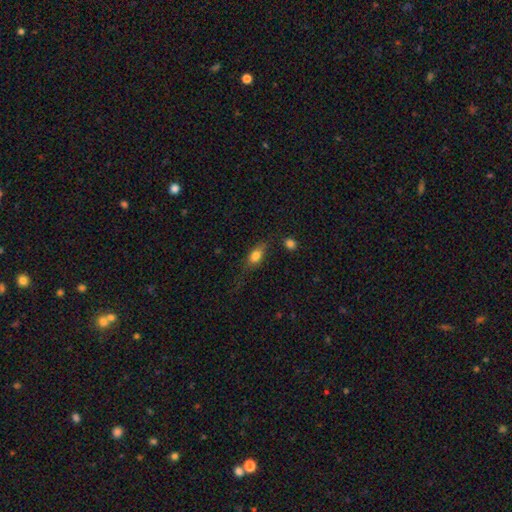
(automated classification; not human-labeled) smooth-or-featured: smooth: 78% | featured or disk: 13% | star or artifact: 9%
  how-rounded: in between: 76% | round: 13% | cigar-shaped: 11%
  merging: none: 55% | minor disturbance: 27% | major disturbance: 13% | merger: 5%